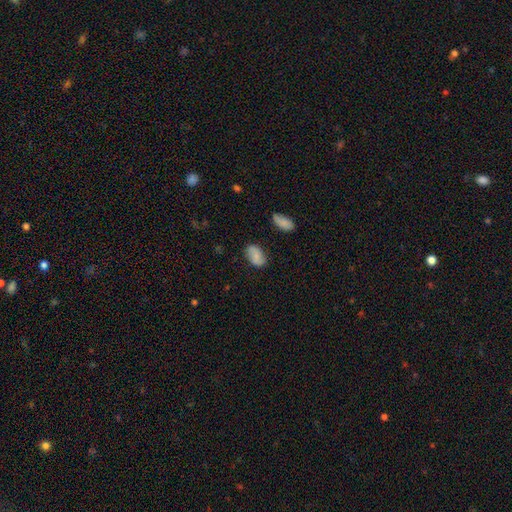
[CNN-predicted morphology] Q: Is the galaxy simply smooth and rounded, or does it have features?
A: smooth — 73%.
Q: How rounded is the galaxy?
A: in between — 92%.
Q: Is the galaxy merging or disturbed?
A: none — 78%.